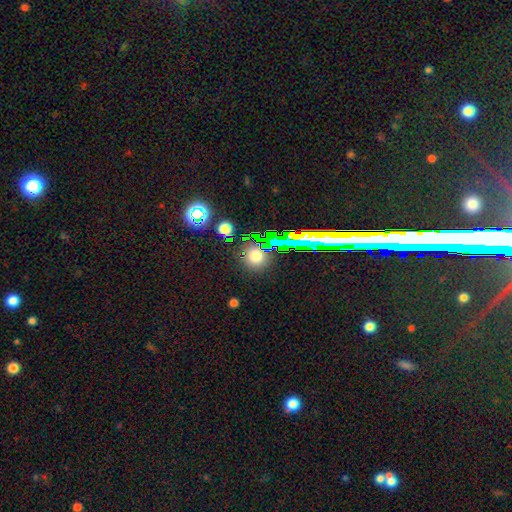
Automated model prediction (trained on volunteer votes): smooth 66%, star or artifact 26%, featured or disk 8%. Down the decision tree: how rounded — round (89%); merging — none (85%).